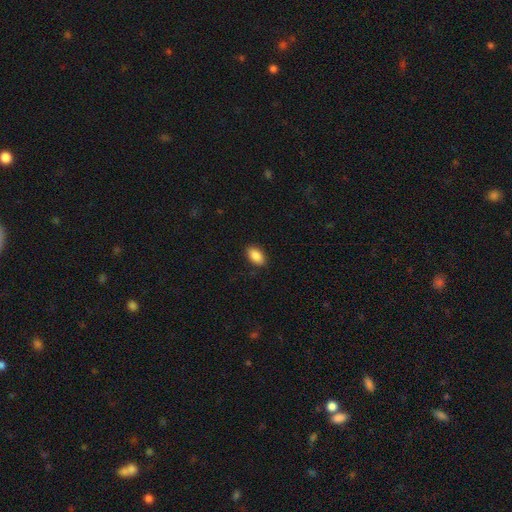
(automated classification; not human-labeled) smooth_or_featured: smooth (p=0.88) [alt: star or artifact p=0.07]
how_rounded: in between (p=0.92) [alt: round p=0.04]
merging: none (p=0.88) [alt: minor disturbance p=0.09]